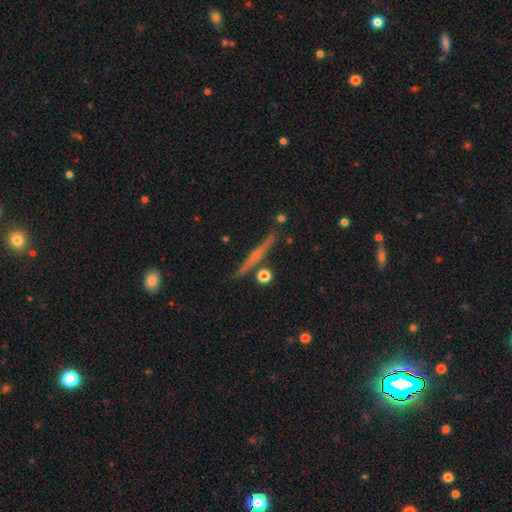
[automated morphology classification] A featured or disk galaxy (69%) viewed edge-on (97%) with a rounded central bulge (64%). Merging: none (87%).